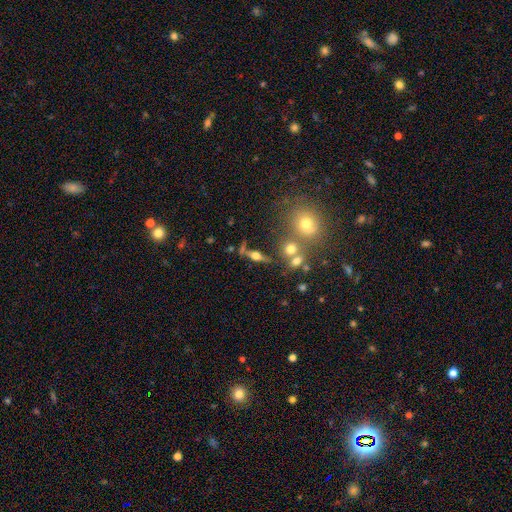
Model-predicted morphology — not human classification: Overall: featured or disk (57%; smooth 30%). Edge-on disk: yes (85%). Merging: none (70%).